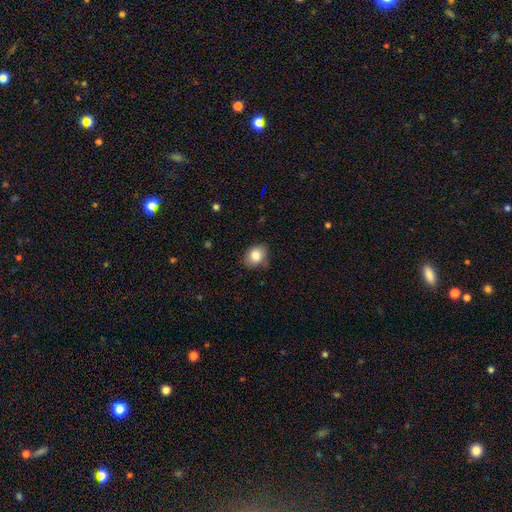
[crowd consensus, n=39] Q: Smooth or featured?
A: smooth (85%); runner-up: featured or disk (13%)
Q: How rounded?
A: in between (73%); runner-up: round (27%)
Q: Merging?
A: none (68%); runner-up: minor disturbance (26%)